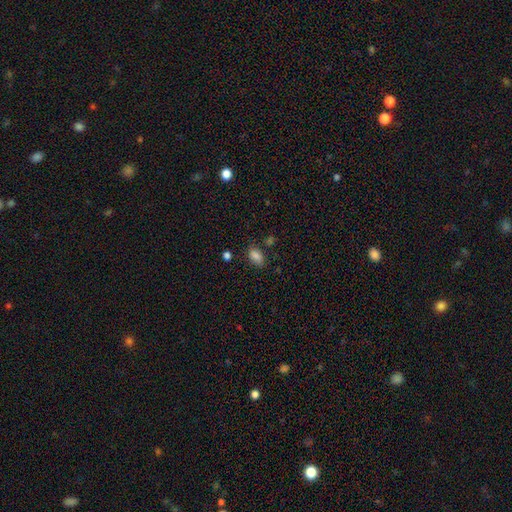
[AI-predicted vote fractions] Smooth or featured? Predicted: smooth (p=0.84). How rounded? Predicted: in between (p=0.89). Merging? Predicted: none (p=0.76).